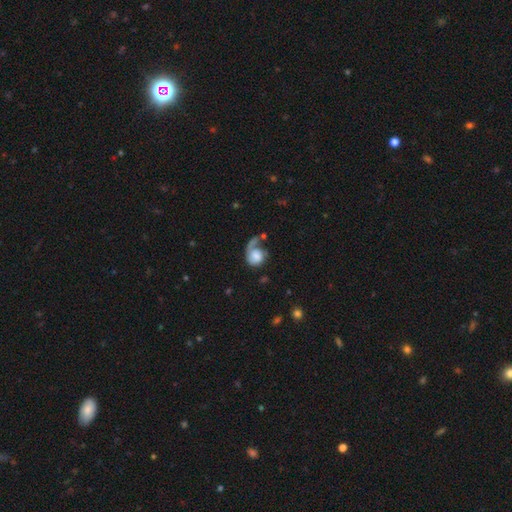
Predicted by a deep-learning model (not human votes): smooth_or_featured: smooth (p=0.48) [alt: featured or disk p=0.45]
merging: major disturbance (p=0.41) [alt: none p=0.30]